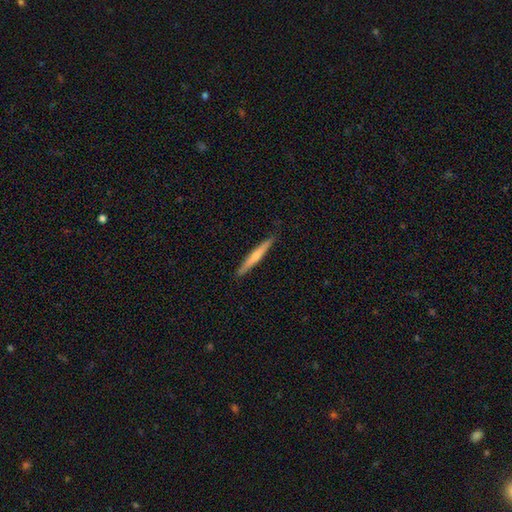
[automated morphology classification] Smooth or featured? smooth (50%)
Merging? none (90%)